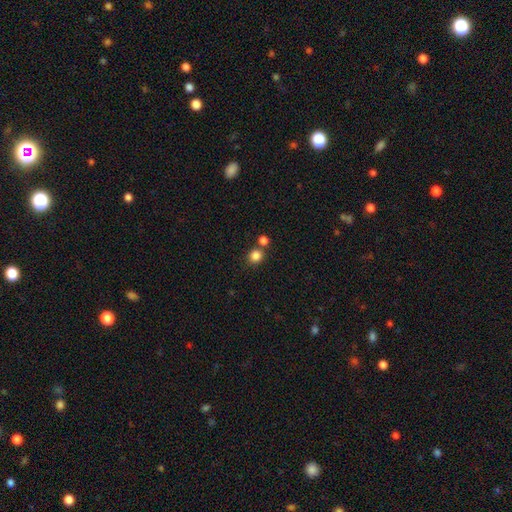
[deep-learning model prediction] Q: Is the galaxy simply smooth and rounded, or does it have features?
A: smooth — 84%.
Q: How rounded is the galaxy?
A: round — 86%.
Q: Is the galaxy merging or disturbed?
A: none — 70%.